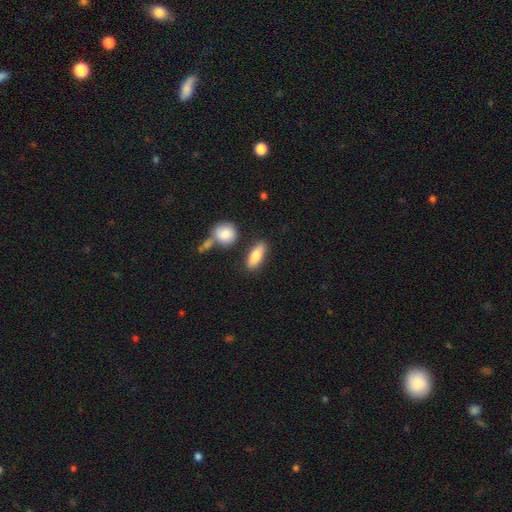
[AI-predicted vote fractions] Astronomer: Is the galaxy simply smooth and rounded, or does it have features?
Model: smooth — 81%.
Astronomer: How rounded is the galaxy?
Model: in between — 70%.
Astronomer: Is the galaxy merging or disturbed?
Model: none — 78%.